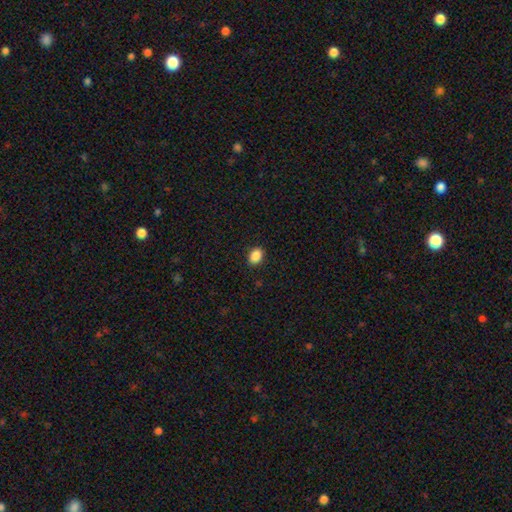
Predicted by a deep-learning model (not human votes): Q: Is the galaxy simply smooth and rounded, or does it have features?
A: smooth — 88%.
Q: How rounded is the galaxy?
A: in between — 68%.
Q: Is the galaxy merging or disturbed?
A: none — 90%.